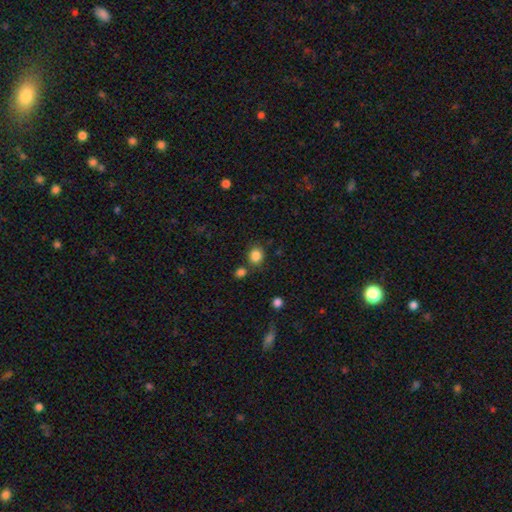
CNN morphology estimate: This is clearly a smooth galaxy (85%). How rounded: likely round (73%). Merging: likely none (75%).